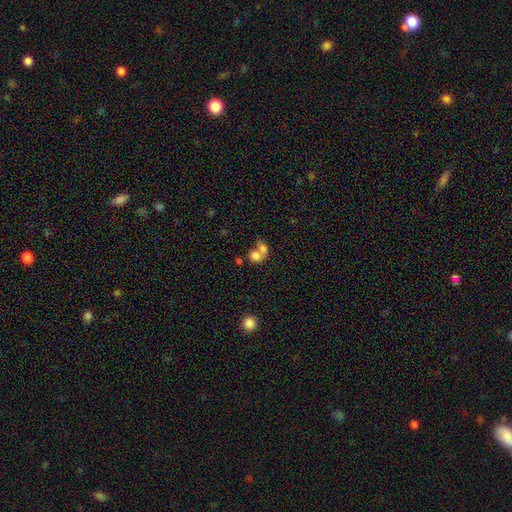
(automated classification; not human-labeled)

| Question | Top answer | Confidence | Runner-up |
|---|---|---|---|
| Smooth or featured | smooth | 75% | featured or disk (15%) |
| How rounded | round | 52% | in between (47%) |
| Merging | merger | 69% | none (20%) |